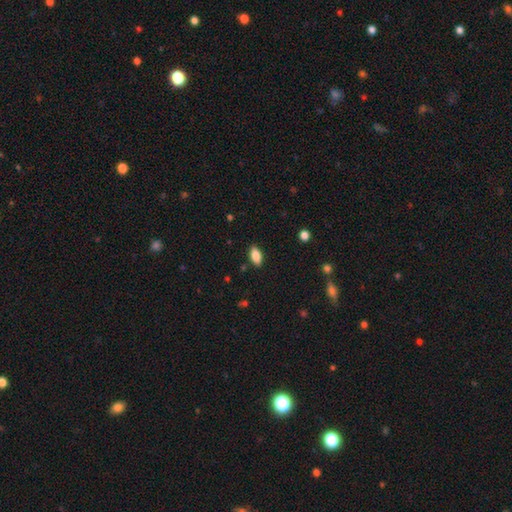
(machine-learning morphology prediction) smooth_or_featured: smooth (p=0.85) [alt: star or artifact p=0.08]
how_rounded: in between (p=0.89) [alt: cigar-shaped p=0.08]
merging: none (p=0.87) [alt: minor disturbance p=0.09]